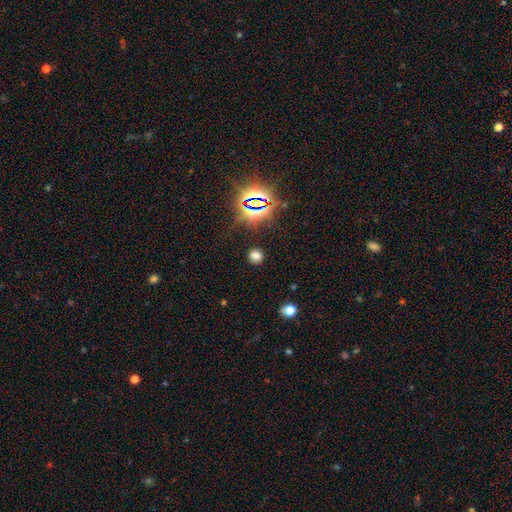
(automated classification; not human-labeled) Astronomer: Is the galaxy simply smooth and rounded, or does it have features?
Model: smooth — 66%.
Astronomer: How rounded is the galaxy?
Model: round — 72%.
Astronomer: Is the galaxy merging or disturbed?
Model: none — 87%.